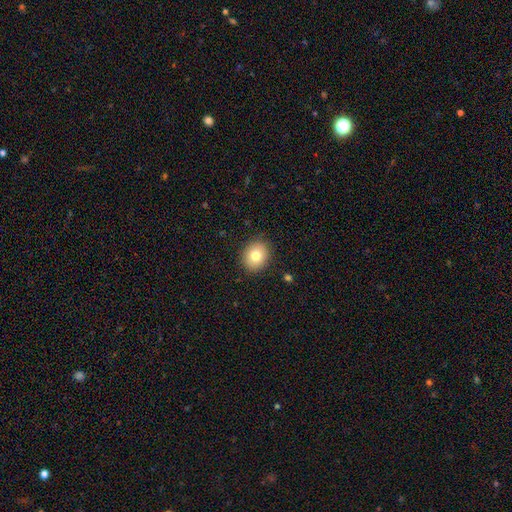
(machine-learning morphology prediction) Overall: smooth (79%). How rounded: round (64%; in between 35%). Merging: none (88%).